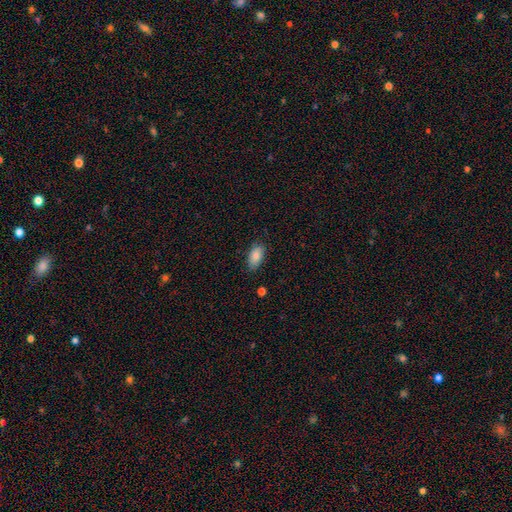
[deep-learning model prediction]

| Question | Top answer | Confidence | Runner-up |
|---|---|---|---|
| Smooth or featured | smooth | 85% | featured or disk (8%) |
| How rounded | in between | 92% | cigar-shaped (4%) |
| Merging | none | 81% | minor disturbance (15%) |